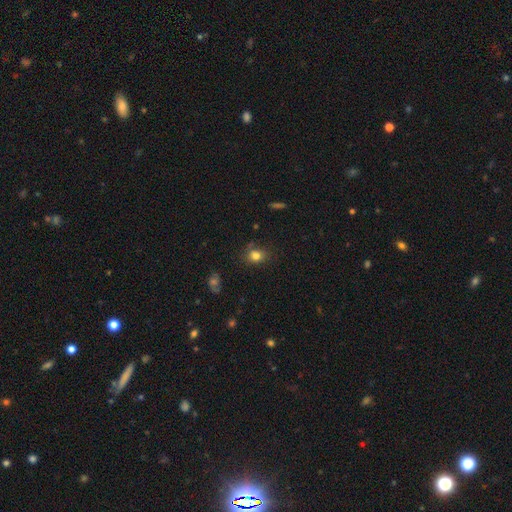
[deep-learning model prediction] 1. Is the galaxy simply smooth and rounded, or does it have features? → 80% smooth, 12% star or artifact, 7% featured or disk.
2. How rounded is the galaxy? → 60% round, 38% in between, 1% cigar-shaped.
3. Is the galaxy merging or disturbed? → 71% none, 20% minor disturbance, 6% major disturbance, 4% merger.